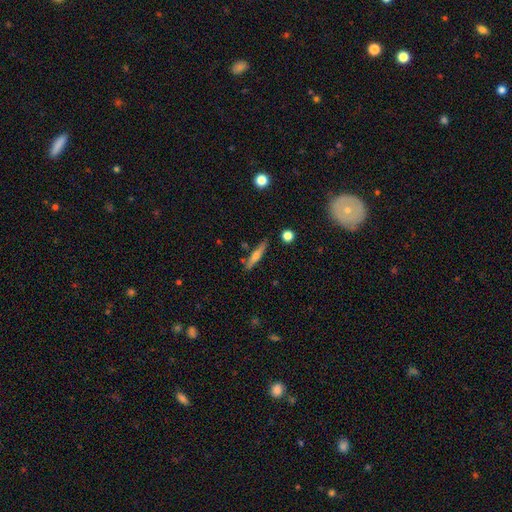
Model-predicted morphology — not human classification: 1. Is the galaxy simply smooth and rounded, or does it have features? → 51% smooth, 42% featured or disk, 7% star or artifact.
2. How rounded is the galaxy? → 86% cigar-shaped, 11% in between, 2% round.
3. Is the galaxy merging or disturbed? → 80% none, 13% minor disturbance, 5% merger, 3% major disturbance.